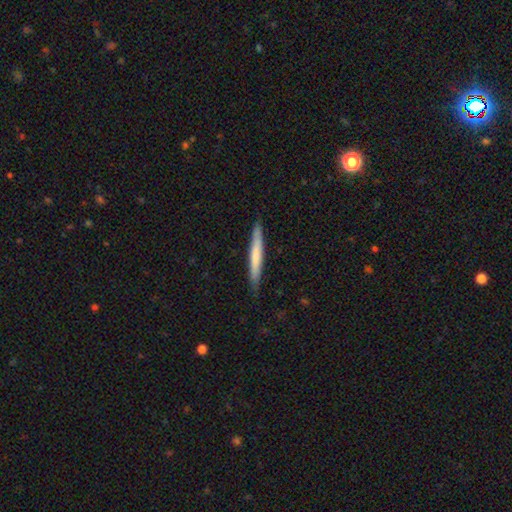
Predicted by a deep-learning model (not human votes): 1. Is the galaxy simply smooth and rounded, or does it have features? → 63% smooth, 32% featured or disk, 5% star or artifact.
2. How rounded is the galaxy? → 96% cigar-shaped, 3% in between, 1% round.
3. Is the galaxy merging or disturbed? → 87% none, 10% minor disturbance, 2% major disturbance, 1% merger.